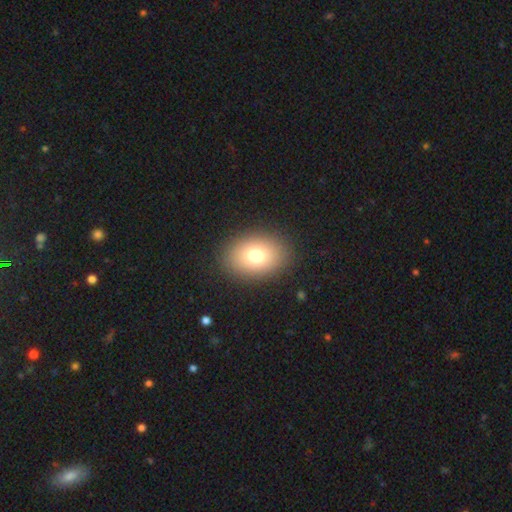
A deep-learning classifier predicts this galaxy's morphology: Smooth or featured: smooth — 75% (featured or disk — 13%)
How rounded: in between — 71% (round — 28%)
Merging: none — 88% (minor disturbance — 7%)